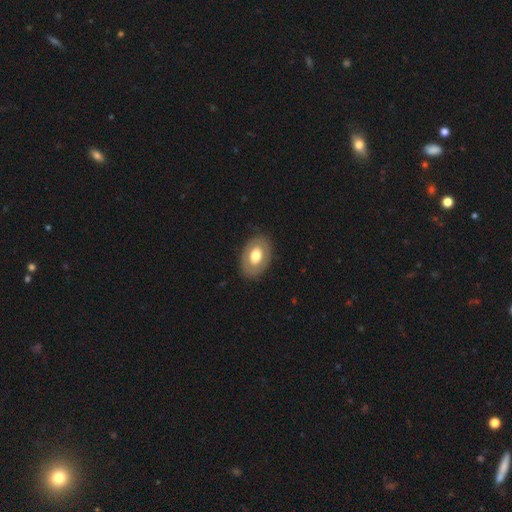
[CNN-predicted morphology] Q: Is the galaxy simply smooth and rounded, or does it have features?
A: smooth — 60%.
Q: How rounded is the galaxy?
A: in between — 83%.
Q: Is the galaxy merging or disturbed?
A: none — 86%.